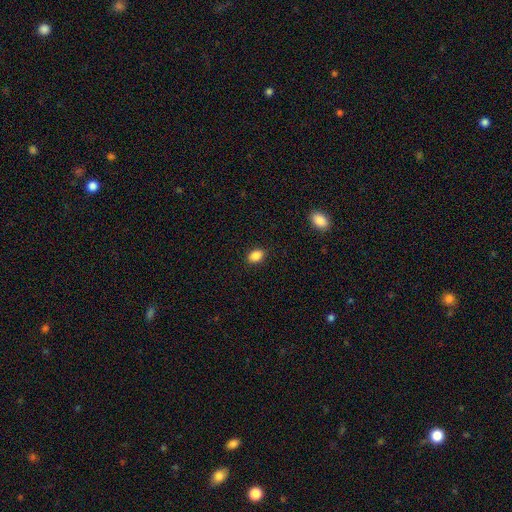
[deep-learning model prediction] smooth 87%, star or artifact 9%, featured or disk 3%. Down the decision tree: how rounded — in between (80%); merging — none (89%).